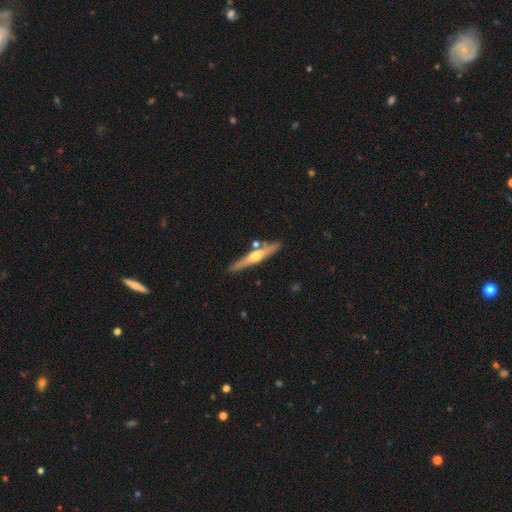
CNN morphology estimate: Smooth or featured? featured or disk (62%)
Edge-on disk? yes (95%)
Edge-on bulge? rounded (89%)
Merging? none (81%)